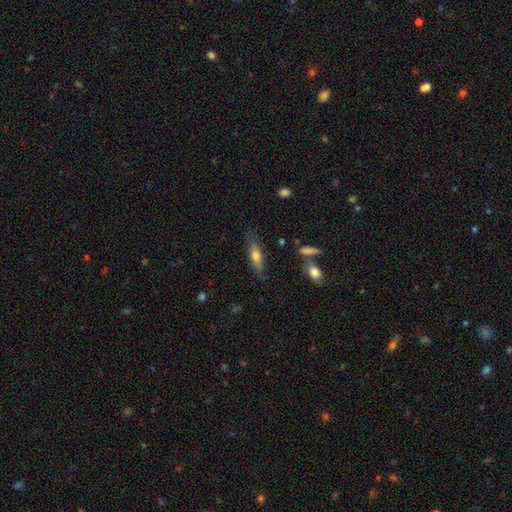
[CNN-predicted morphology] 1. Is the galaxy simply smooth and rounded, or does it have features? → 68% smooth, 26% featured or disk, 6% star or artifact.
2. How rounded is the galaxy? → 50% in between, 48% cigar-shaped, 2% round.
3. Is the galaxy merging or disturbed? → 67% none, 23% minor disturbance, 7% major disturbance, 3% merger.